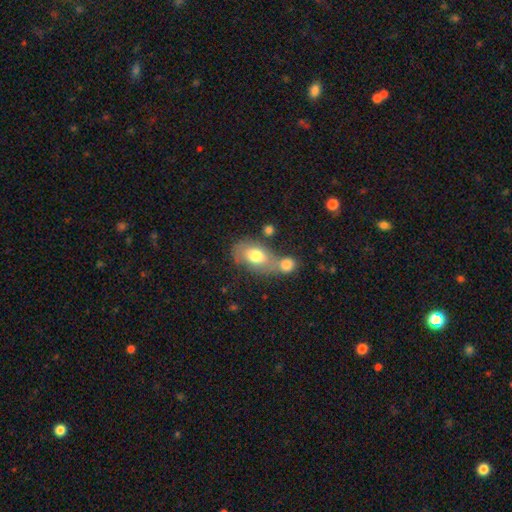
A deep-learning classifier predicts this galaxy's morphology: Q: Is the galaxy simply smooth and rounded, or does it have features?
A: smooth — 70%.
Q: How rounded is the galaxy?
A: in between — 85%.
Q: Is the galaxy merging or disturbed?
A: merger — 43%.